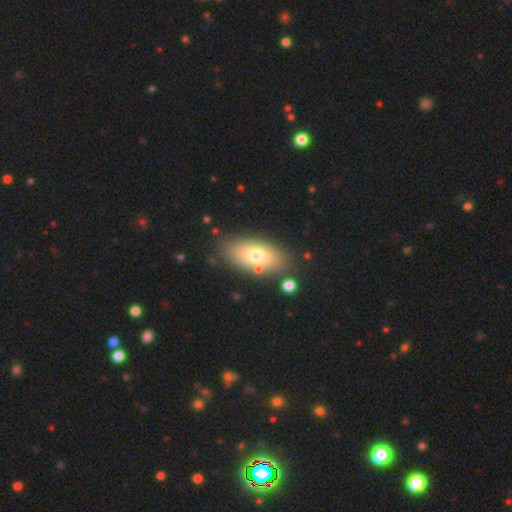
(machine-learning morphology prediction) This is likely a smooth galaxy (69%). How rounded: clearly in between (88%). Merging: likely none (78%).